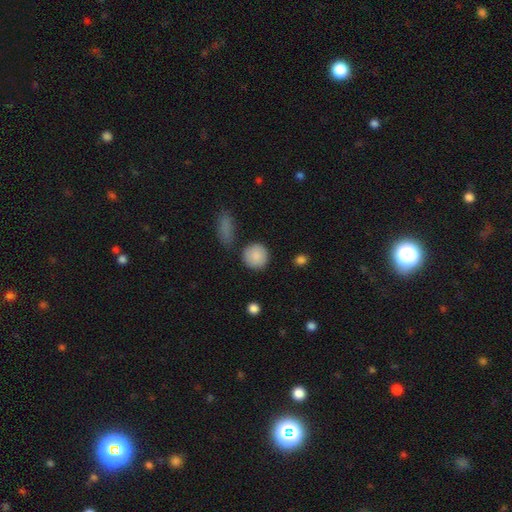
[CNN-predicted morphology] smooth 87%, star or artifact 7%, featured or disk 6%. Down the decision tree: how rounded — round (91%); merging — none (79%).